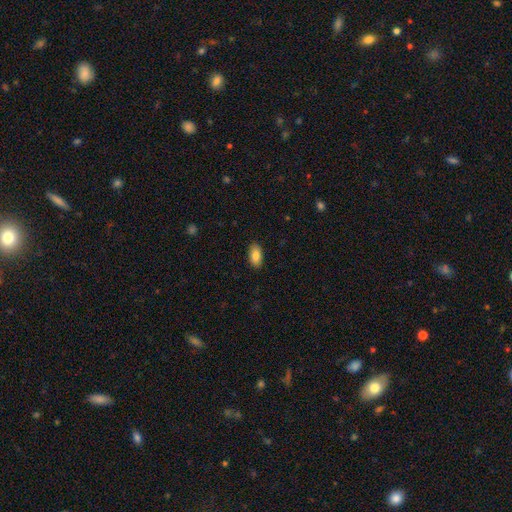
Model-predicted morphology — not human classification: Q: Smooth or featured?
A: smooth (85%); runner-up: featured or disk (8%)
Q: How rounded?
A: in between (93%); runner-up: round (4%)
Q: Merging?
A: none (89%); runner-up: minor disturbance (8%)